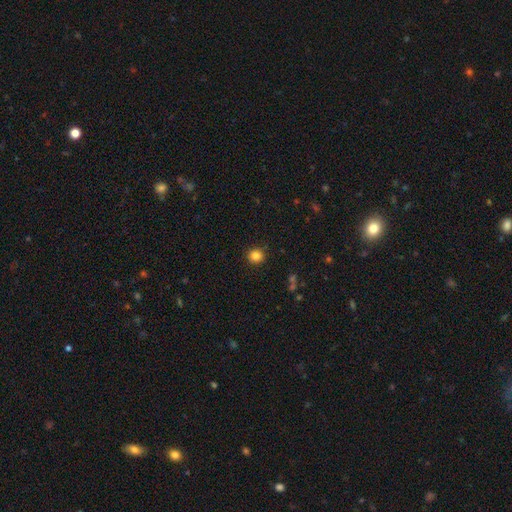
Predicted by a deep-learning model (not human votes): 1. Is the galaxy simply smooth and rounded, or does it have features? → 84% smooth, 12% star or artifact, 5% featured or disk.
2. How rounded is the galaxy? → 92% round, 8% in between, 1% cigar-shaped.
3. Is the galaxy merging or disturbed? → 90% none, 7% minor disturbance, 2% major disturbance, 1% merger.